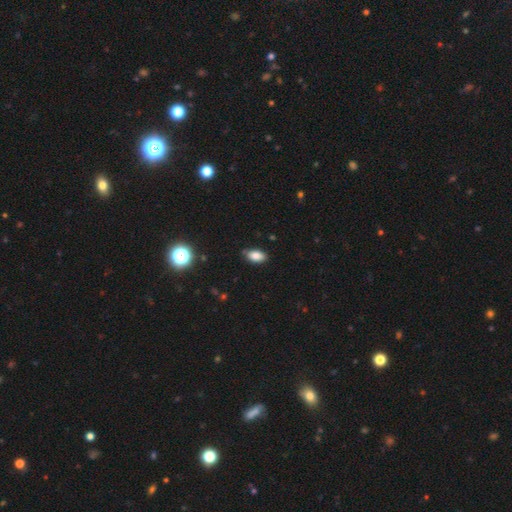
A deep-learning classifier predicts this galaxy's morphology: This is clearly a smooth galaxy (83%). How rounded: clearly in between (91%). Merging: clearly none (81%).